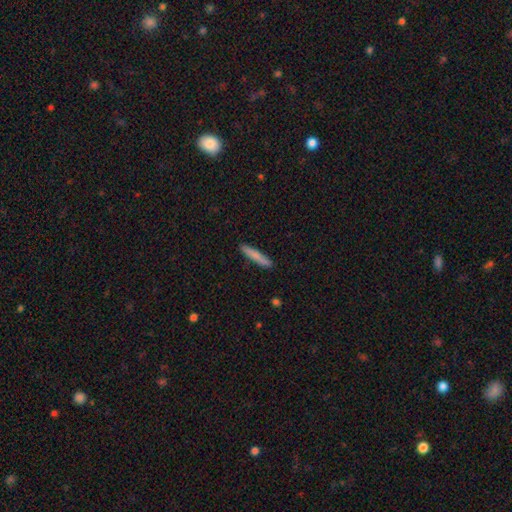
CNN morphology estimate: Smooth or featured?
  - smooth: 78% *
  - featured or disk: 16%
  - star or artifact: 6%
How rounded?
  - cigar-shaped: 93% *
  - in between: 6%
  - round: 1%
Merging?
  - none: 89% *
  - minor disturbance: 8%
  - major disturbance: 2%
  - merger: 1%